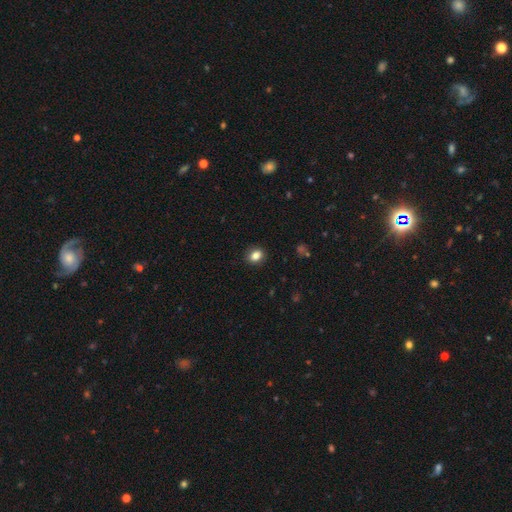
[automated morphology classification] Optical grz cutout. It shows a smooth galaxy with no disk features (85%) that is in between round and cigar-shaped (56%). Merging: none (89%).